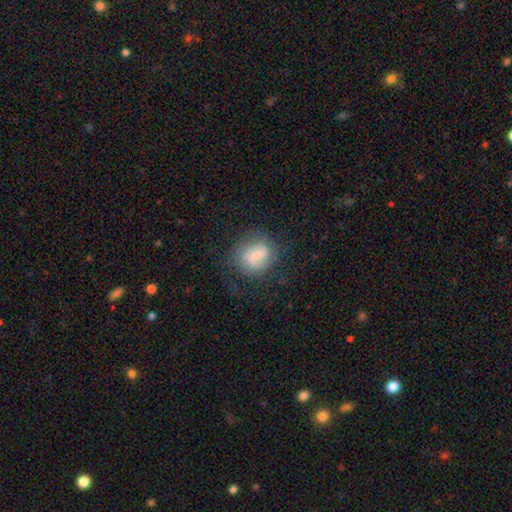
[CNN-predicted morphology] Smooth or featured? Predicted: smooth (p=0.48). Merging? Predicted: none (p=0.63).